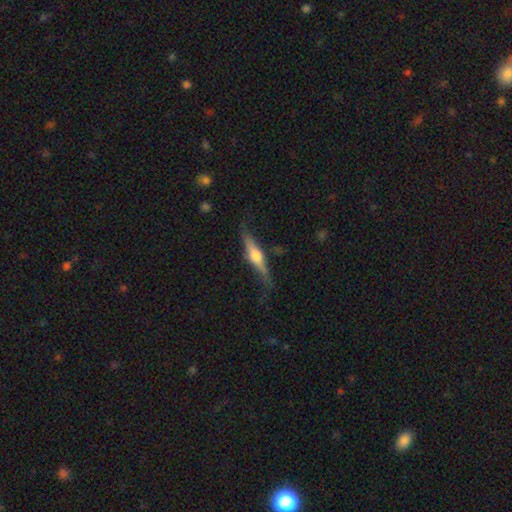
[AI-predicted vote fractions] smooth-or-featured: featured or disk: 69% | smooth: 25% | star or artifact: 6%
  disk-edge-on: yes: 96% | no: 4%
    edge-on-bulge: rounded: 93% | boxy: 4% | none: 3%
  merging: none: 77% | minor disturbance: 17% | major disturbance: 4% | merger: 2%